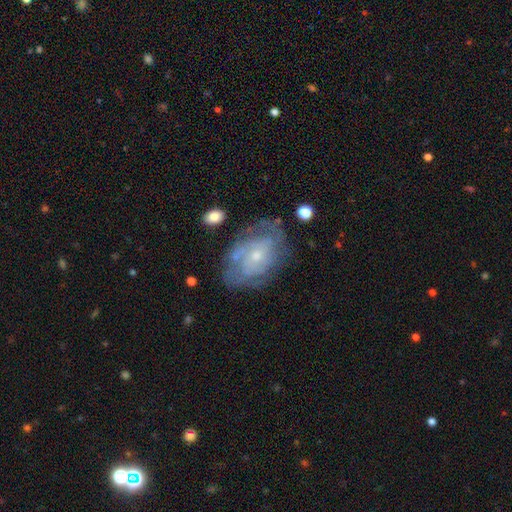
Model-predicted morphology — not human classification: A featured or disk galaxy (73%) with no bar (76%), tight (57%) spiral arms (79%) and a small central bulge (70%).

Vote fractions:
- Smooth or featured? featured or disk: 73% / smooth: 19% / star or artifact: 8%
- Edge-on disk? no: 96% / yes: 4%
- Bar? no: 76% / weak: 21% / strong: 3%
- Spiral arms? yes: 79% / no: 21%
- Spiral winding? tight: 57% / medium: 31% / loose: 12%
- Spiral arm count? can't tell: 56% / 2: 17% / 3: 11% / 4: 7% / more than 4: 4% / 1: 4%
- Bulge size? small: 70% / moderate: 25% / none: 3% / large: 1% / dominant: 1%
- Merging? none: 65% / minor disturbance: 21% / major disturbance: 11% / merger: 3%